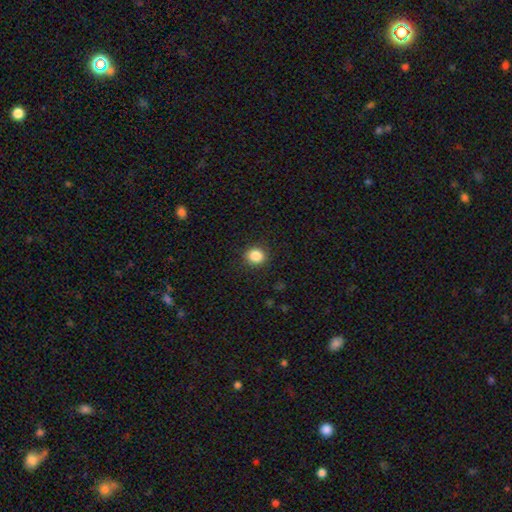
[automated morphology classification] Smooth or featured?
  - smooth: 86% *
  - star or artifact: 10%
  - featured or disk: 4%
How rounded?
  - round: 82% *
  - in between: 17%
  - cigar-shaped: 1%
Merging?
  - none: 90% *
  - minor disturbance: 7%
  - major disturbance: 2%
  - merger: 1%